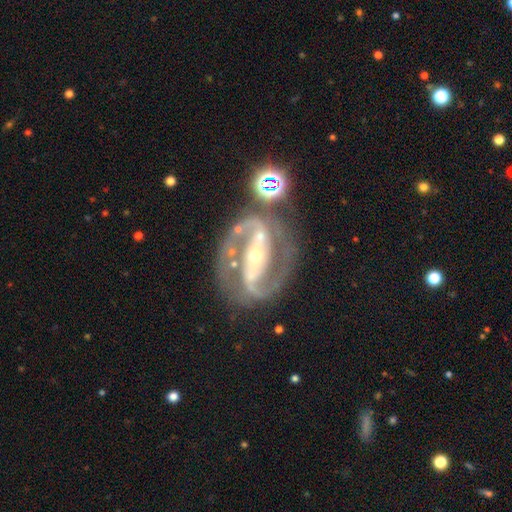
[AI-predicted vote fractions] smooth_or_featured: featured or disk (p=0.90) [alt: star or artifact p=0.06]
disk_edge_on: no (p=0.96) [alt: yes p=0.04]
bar: strong (p=0.70) [alt: weak p=0.17]
has_spiral_arms: yes (p=0.96) [alt: no p=0.04]
spiral_winding: medium (p=0.56) [alt: tight p=0.31]
spiral_arm_count: 2 (p=0.92) [alt: can't tell p=0.03]
bulge_size: small (p=0.60) [alt: moderate p=0.36]
merging: none (p=0.75) [alt: minor disturbance p=0.13]